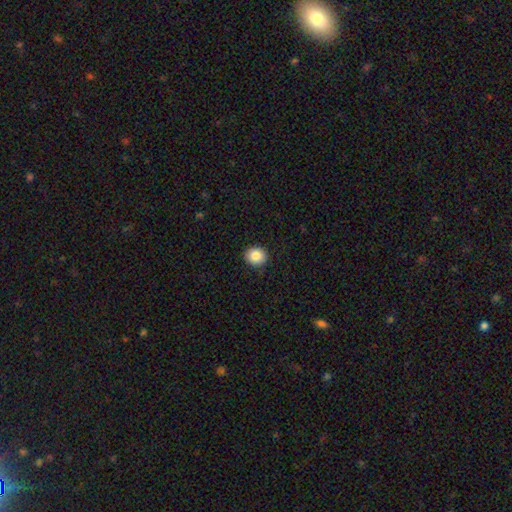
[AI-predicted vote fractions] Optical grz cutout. It shows a smooth galaxy with no disk features (86%) that is round (79%). Merging: none (90%).